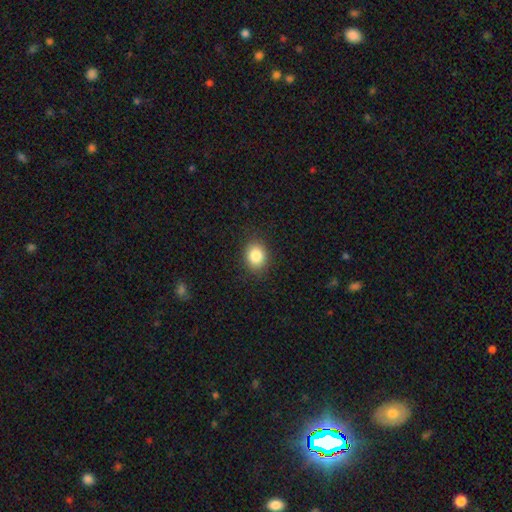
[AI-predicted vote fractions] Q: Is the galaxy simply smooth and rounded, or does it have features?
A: smooth — 85%.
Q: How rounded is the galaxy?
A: round — 55%.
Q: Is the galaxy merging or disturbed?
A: none — 88%.